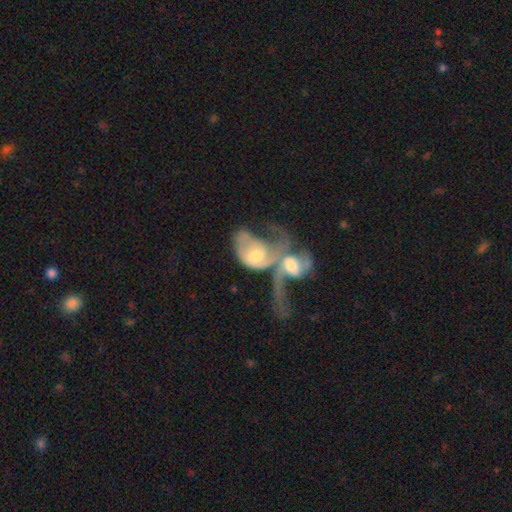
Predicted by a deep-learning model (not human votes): featured or disk 67%, smooth 26%, star or artifact 6%. Down the decision tree: edge-on disk — no (95%); bar — no (63%); spiral arms — yes (75%); bulge size — moderate (57%); merging — merger (79%).